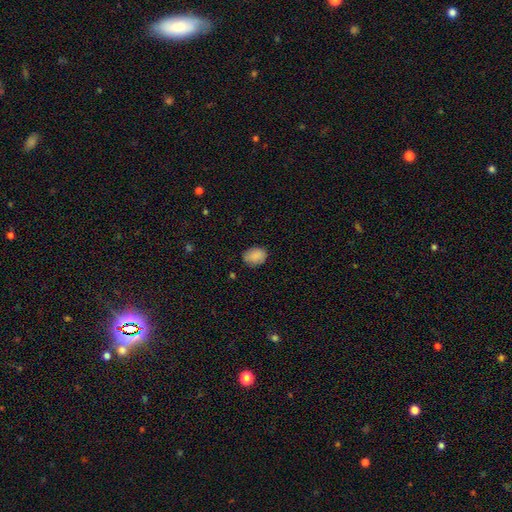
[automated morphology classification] type=smooth (87%); roundness=in between (64%); merging=none (79%).